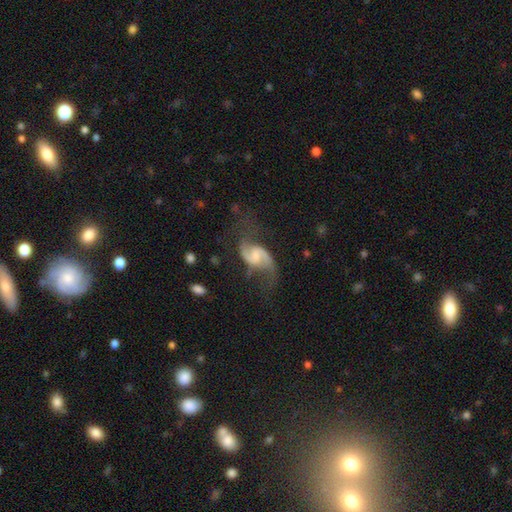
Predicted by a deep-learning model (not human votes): Smooth or featured: featured or disk — 87% (smooth — 8%)
Edge-on disk: no — 98% (yes — 2%)
Bar: weak — 53% (no — 31%)
Spiral arms: yes — 96% (no — 4%)
Spiral winding: loose — 61% (medium — 33%)
Spiral arm count: 2 — 92% (can't tell — 3%)
Bulge size: small — 40% (moderate — 31%)
Merging: none — 57% (major disturbance — 20%)